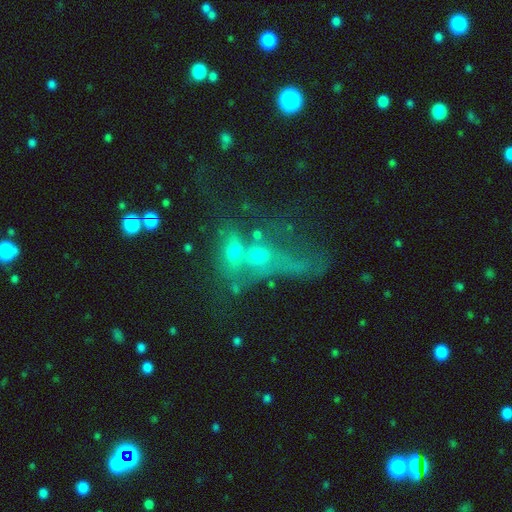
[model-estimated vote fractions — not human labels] Smooth or featured? featured or disk (39%)
Merging? merger (61%)